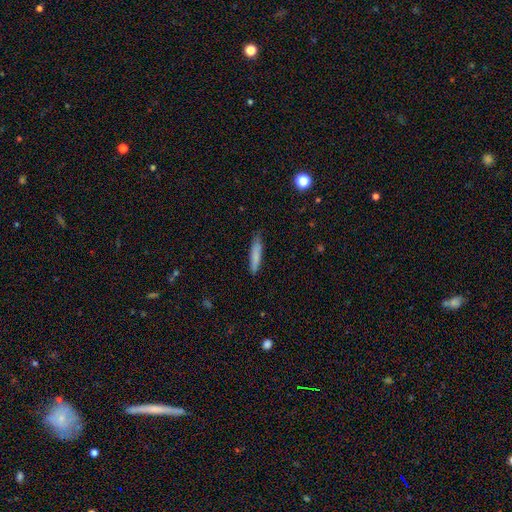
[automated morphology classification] This appears to be a smooth galaxy with no disk features (80%) that is cigar-shaped (88%). Merging: none (80%).